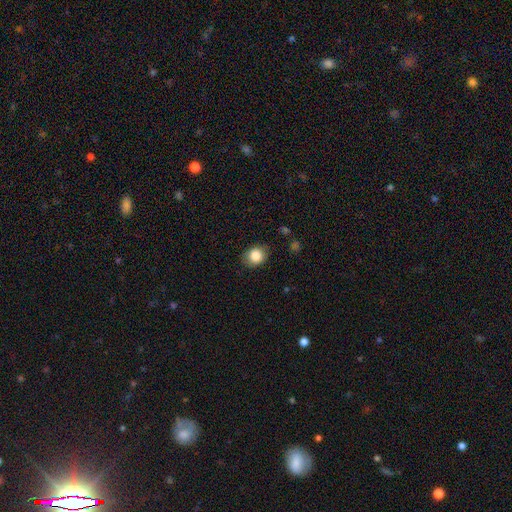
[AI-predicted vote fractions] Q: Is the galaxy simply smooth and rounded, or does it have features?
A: smooth — 85%.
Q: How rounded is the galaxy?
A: round — 53%.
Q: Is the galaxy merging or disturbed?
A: none — 82%.